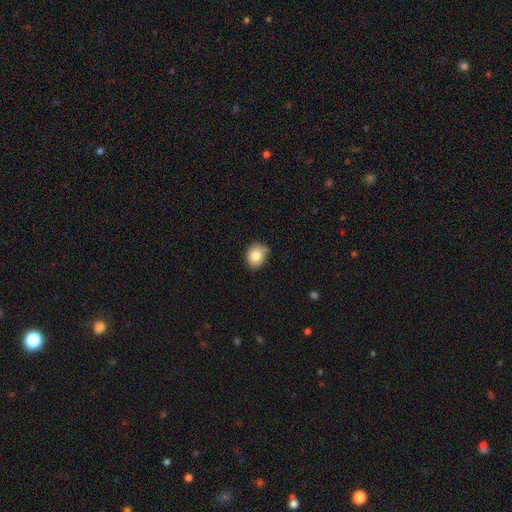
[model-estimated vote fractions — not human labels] Smooth or featured? smooth (83%)
How rounded? round (54%)
Merging? none (69%)